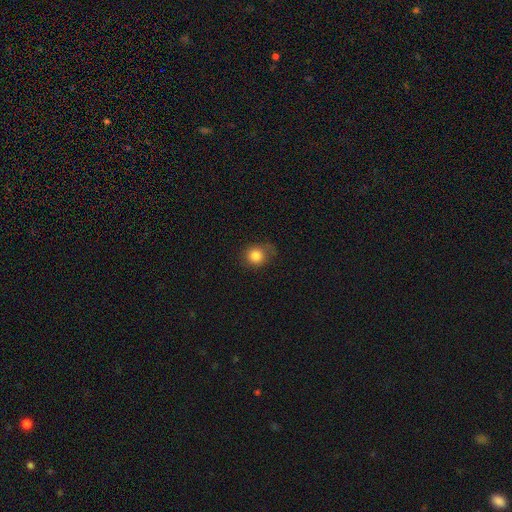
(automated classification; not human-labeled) smooth 82%, star or artifact 10%, featured or disk 7%. Down the decision tree: how rounded — round (77%); merging — none (64%).